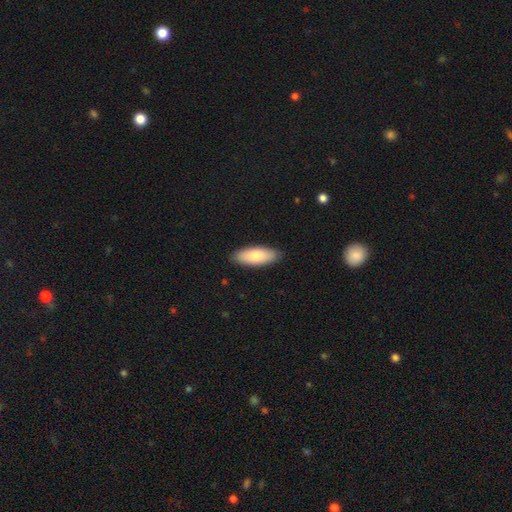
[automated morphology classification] A smooth galaxy with no disk features (83%) that is in between round and cigar-shaped (75%).

Vote fractions:
- Smooth or featured? smooth: 83% / featured or disk: 12% / star or artifact: 5%
- How rounded? in between: 75% / cigar-shaped: 23% / round: 2%
- Merging? none: 88% / minor disturbance: 9% / major disturbance: 2% / merger: 1%